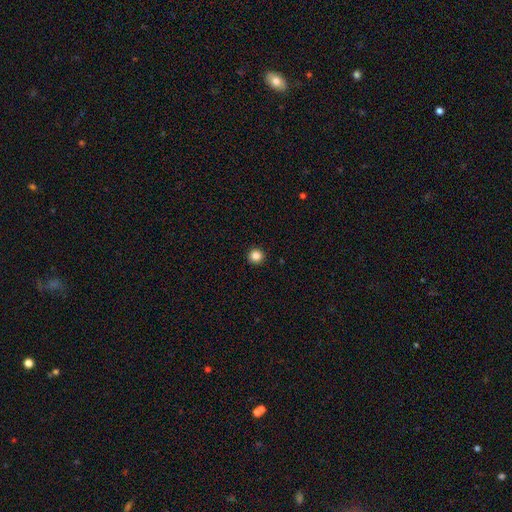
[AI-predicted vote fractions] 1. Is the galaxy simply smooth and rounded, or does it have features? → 86% smooth, 11% star or artifact, 4% featured or disk.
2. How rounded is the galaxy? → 96% round, 3% in between, 1% cigar-shaped.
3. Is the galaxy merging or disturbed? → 94% none, 4% minor disturbance, 1% major disturbance, 1% merger.